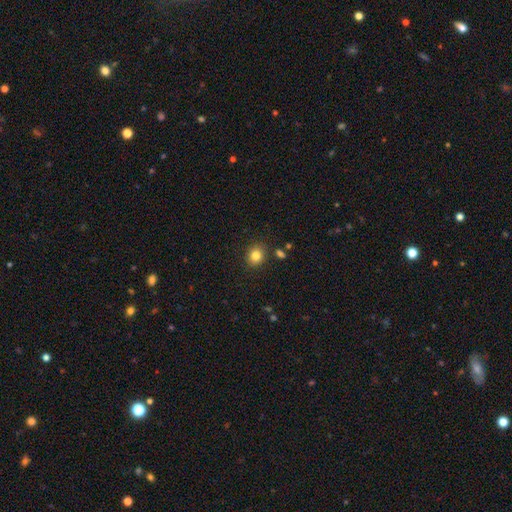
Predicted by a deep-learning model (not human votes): This is clearly a smooth galaxy (82%). How rounded: likely round (67%). Merging: clearly none (87%).